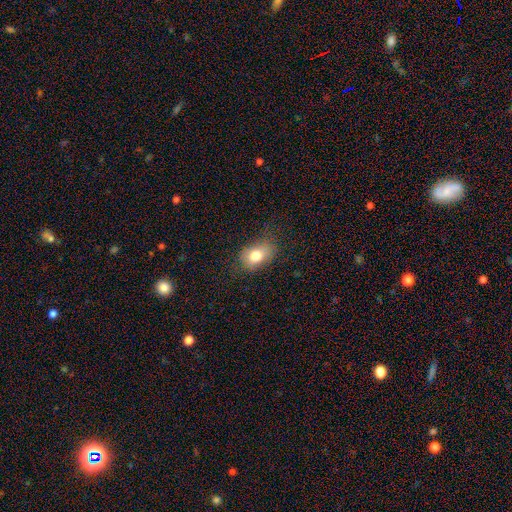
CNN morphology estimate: This appears to be a smooth galaxy with no disk features (78%) that is in between round and cigar-shaped (79%). Merging: none (65%).